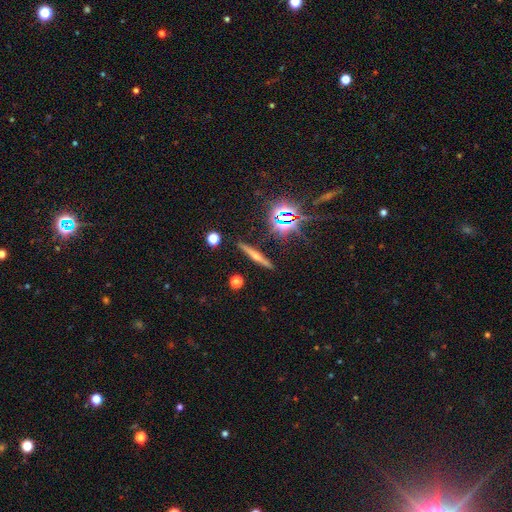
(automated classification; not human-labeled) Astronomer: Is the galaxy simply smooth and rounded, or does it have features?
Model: featured or disk — 54%.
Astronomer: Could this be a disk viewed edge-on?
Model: yes — 95%.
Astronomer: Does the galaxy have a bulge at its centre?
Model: rounded — 82%.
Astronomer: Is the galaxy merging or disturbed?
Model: none — 89%.